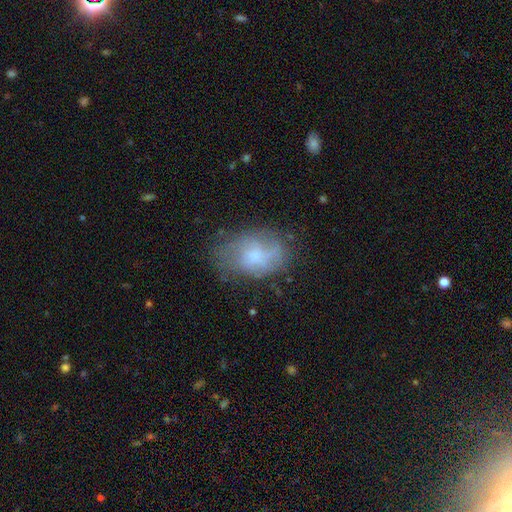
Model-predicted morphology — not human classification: This is possibly a smooth galaxy (48%). Merging: possibly none (54%).